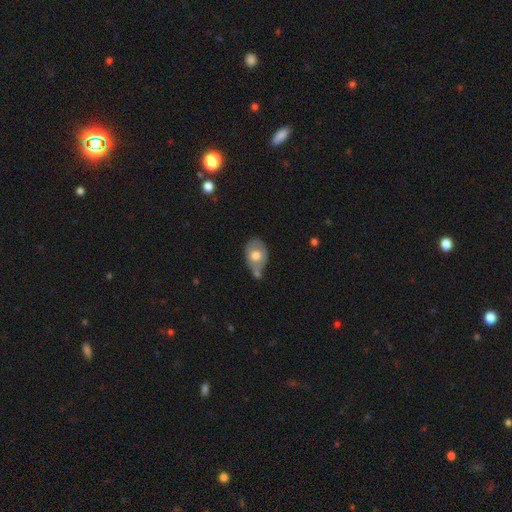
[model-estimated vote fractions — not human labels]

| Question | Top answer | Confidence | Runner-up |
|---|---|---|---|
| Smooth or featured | smooth | 62% | featured or disk (31%) |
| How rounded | in between | 76% | round (22%) |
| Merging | none | 37% | minor disturbance (27%) |